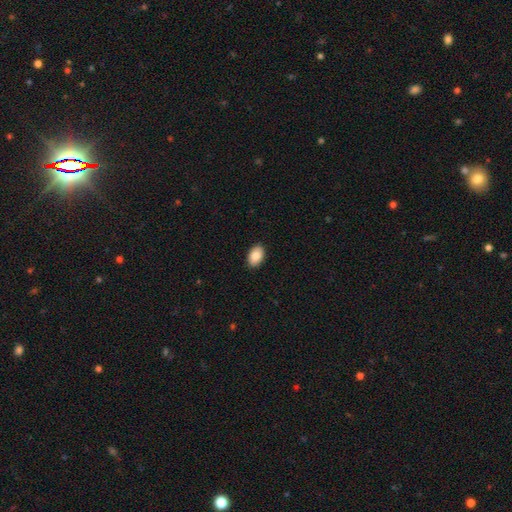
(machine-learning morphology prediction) This appears to be a smooth galaxy with no disk features (87%) that is in between round and cigar-shaped (91%). Merging: none (90%).